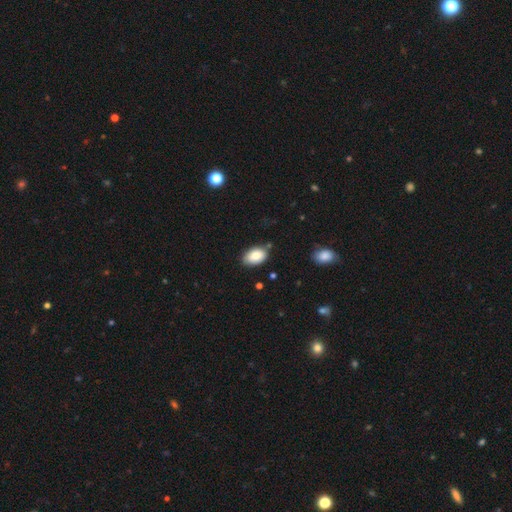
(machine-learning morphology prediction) smooth-or-featured: smooth: 83% | featured or disk: 10% | star or artifact: 7%
  how-rounded: in between: 90% | round: 9% | cigar-shaped: 1%
  merging: none: 78% | minor disturbance: 16% | merger: 3% | major disturbance: 3%